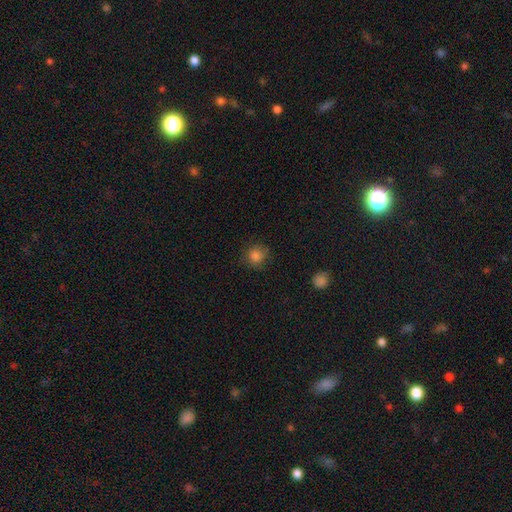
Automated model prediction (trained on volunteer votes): Smooth or featured: smooth — 83% (star or artifact — 12%)
How rounded: round — 84% (in between — 15%)
Merging: none — 77% (minor disturbance — 17%)